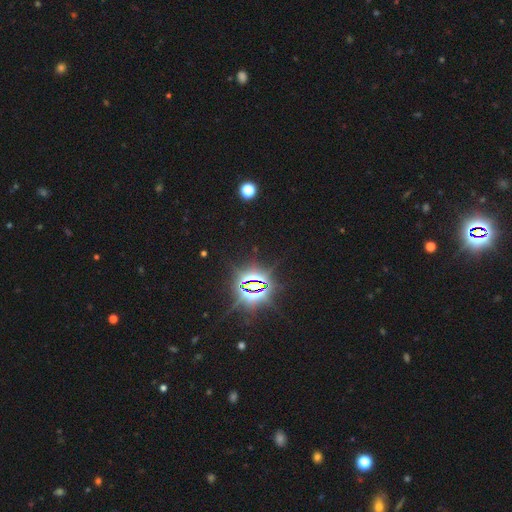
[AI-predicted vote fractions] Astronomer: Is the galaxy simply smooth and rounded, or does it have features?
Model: star or artifact — 84%.